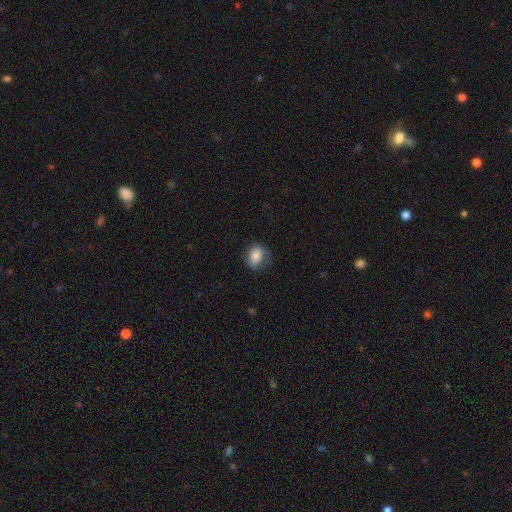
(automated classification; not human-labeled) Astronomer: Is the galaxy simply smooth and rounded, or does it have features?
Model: smooth — 83%.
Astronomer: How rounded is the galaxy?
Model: in between — 50% (runner-up: round, 49%).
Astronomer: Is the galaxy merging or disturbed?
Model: none — 69%.